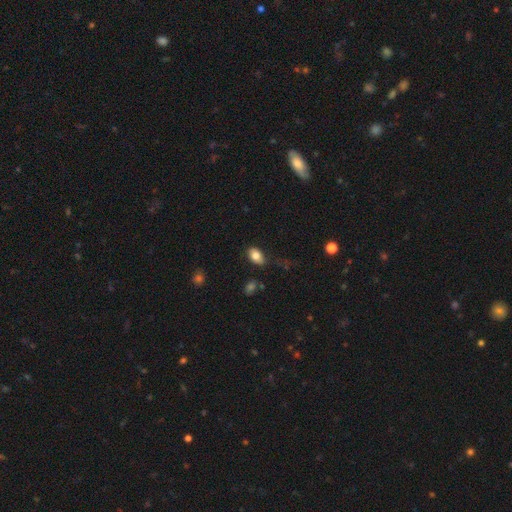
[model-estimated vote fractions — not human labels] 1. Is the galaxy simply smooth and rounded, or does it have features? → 82% smooth, 10% featured or disk, 8% star or artifact.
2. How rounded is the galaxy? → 88% in between, 10% round, 2% cigar-shaped.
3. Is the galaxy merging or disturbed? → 70% none, 21% minor disturbance, 6% major disturbance, 2% merger.